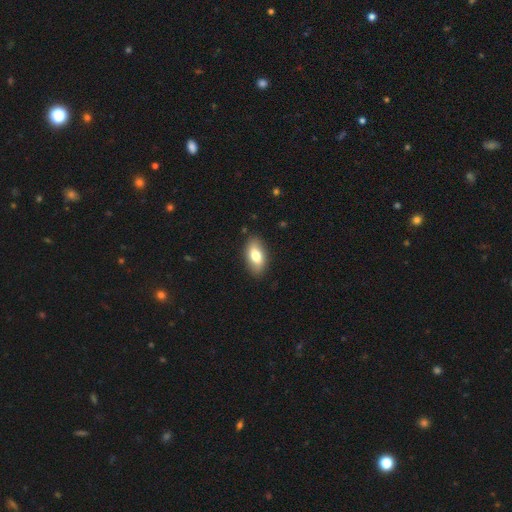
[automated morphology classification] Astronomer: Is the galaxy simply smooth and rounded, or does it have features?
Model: smooth — 72%.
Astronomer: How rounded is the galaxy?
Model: in between — 91%.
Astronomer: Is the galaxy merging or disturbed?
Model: none — 87%.